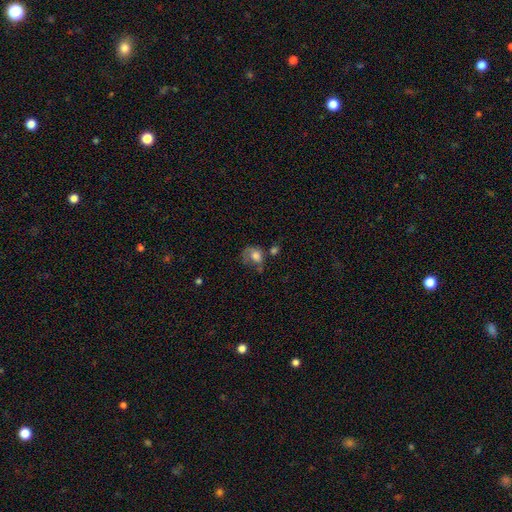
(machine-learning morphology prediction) smooth-or-featured: smooth: 60% | featured or disk: 30% | star or artifact: 10%
  how-rounded: in between: 51% | round: 48% | cigar-shaped: 1%
  merging: major disturbance: 38% | none: 25% | minor disturbance: 24% | merger: 12%